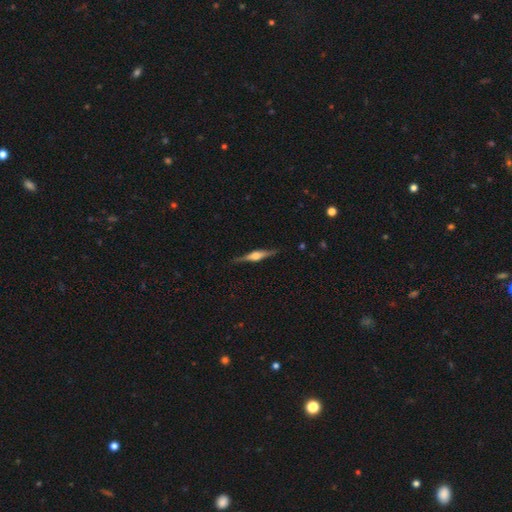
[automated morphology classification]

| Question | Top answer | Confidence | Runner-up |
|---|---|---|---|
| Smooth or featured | featured or disk | 77% | smooth (17%) |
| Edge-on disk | yes | 98% | no (2%) |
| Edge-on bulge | rounded | 82% | boxy (15%) |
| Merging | none | 89% | minor disturbance (8%) |